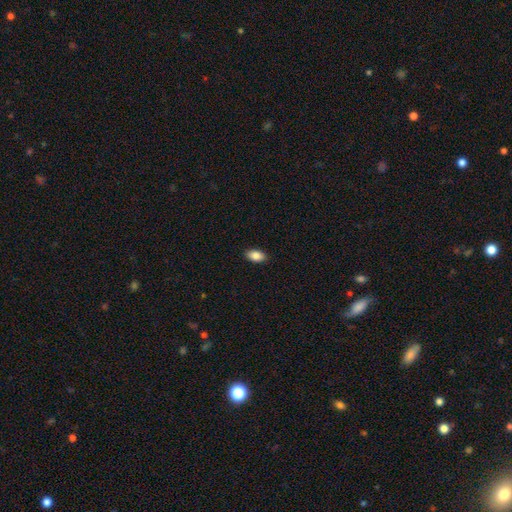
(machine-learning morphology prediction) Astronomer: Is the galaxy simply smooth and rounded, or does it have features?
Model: smooth — 86%.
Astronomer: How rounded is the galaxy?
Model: in between — 93%.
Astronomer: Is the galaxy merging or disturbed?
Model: none — 90%.